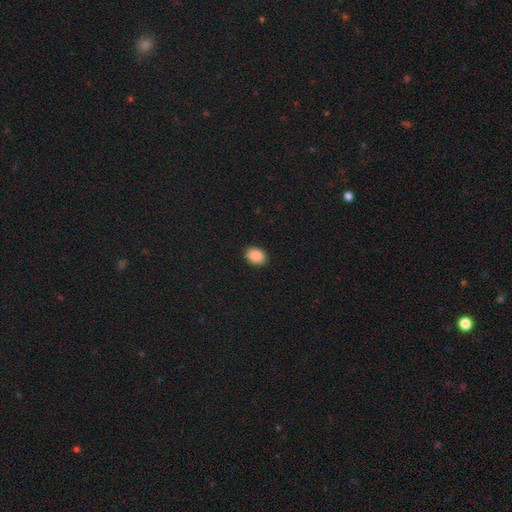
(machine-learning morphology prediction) A smooth galaxy with no disk features (89%) that is in between round and cigar-shaped (72%). Merging: none (91%).